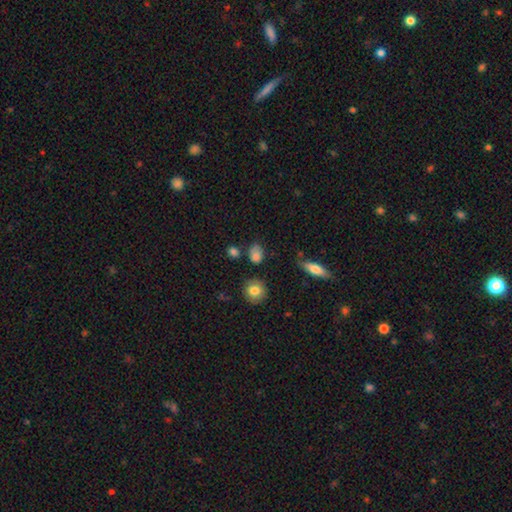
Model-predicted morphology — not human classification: Overall: smooth (82%). How rounded: in between (58%; round 39%). Merging: none (70%).